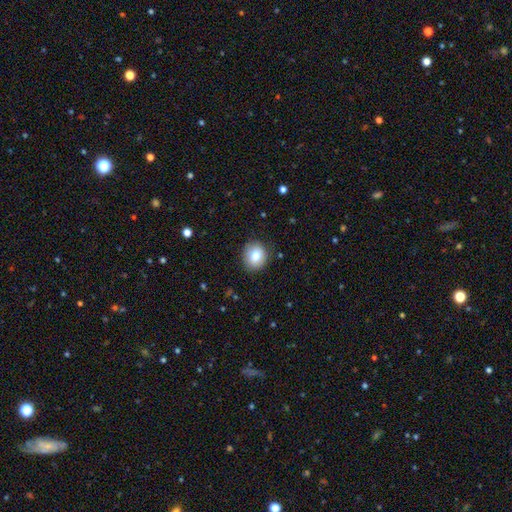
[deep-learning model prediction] This appears to be a smooth galaxy with no disk features (79%) that is round (79%). Merging: none (88%).